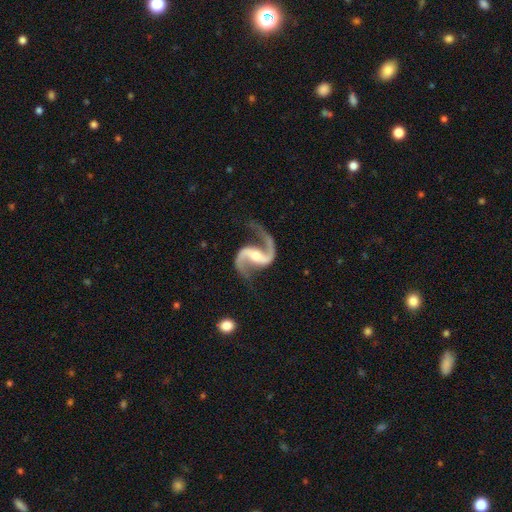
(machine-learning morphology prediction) type=featured or disk (94%); edge-on=no (98%); bar=weak (40%); spiral arms=yes (98%); winding=loose (54%); arm count=2 (94%); bulge=moderate (51%); merging=none (74%).